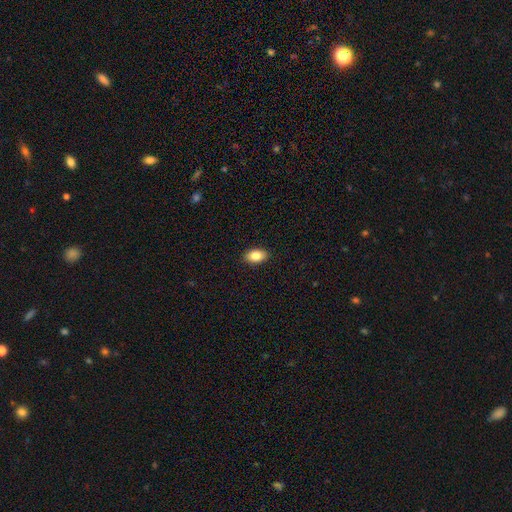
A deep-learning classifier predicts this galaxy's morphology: type=smooth (83%); roundness=in between (89%); merging=none (90%).